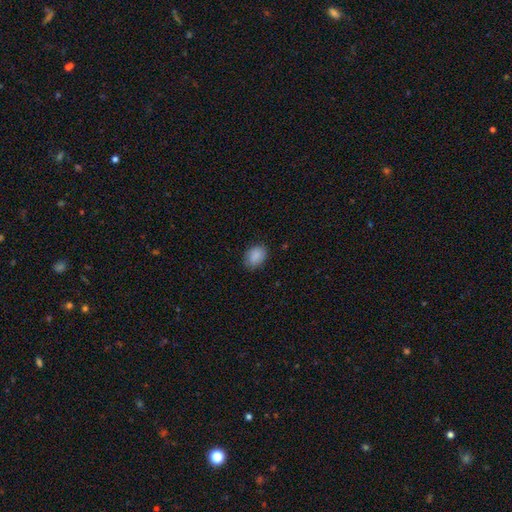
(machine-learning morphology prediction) smooth 89%, star or artifact 7%, featured or disk 4%. Down the decision tree: how rounded — in between (74%); merging — none (83%).